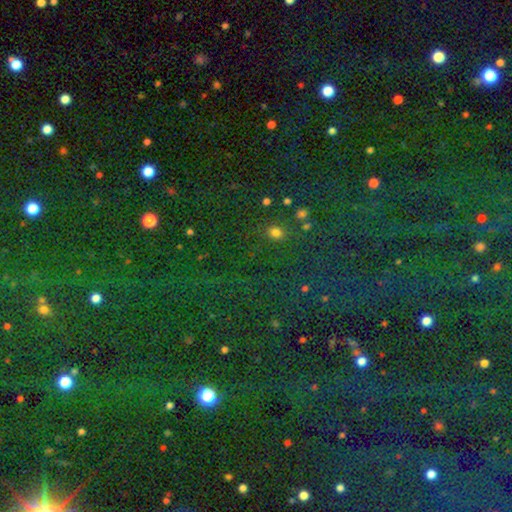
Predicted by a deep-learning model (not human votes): A star or artifact, not a galaxy (80%).

Vote fractions:
- Smooth or featured? star or artifact: 80% / smooth: 13% / featured or disk: 7%